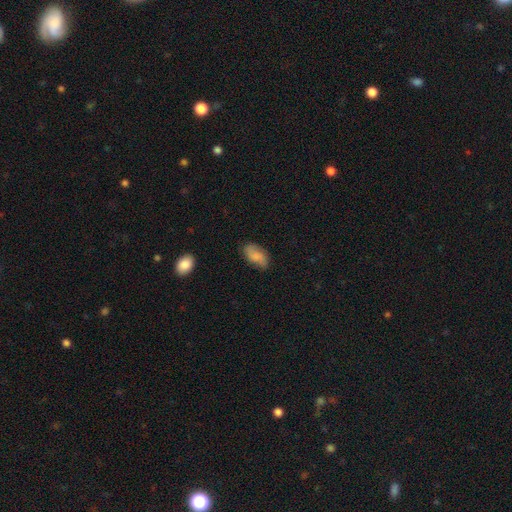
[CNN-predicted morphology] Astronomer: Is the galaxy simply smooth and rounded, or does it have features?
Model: smooth — 70%.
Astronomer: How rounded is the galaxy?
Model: in between — 92%.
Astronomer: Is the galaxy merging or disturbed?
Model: none — 72%.